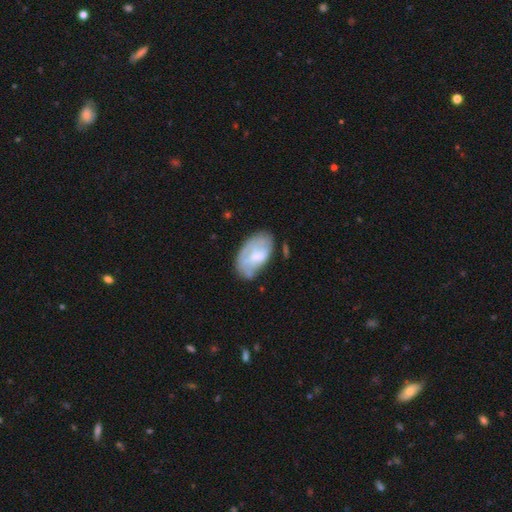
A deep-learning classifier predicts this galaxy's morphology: Smooth or featured: smooth — 51% (featured or disk — 42%)
How rounded: in between — 94% (round — 5%)
Merging: none — 50% (minor disturbance — 31%)